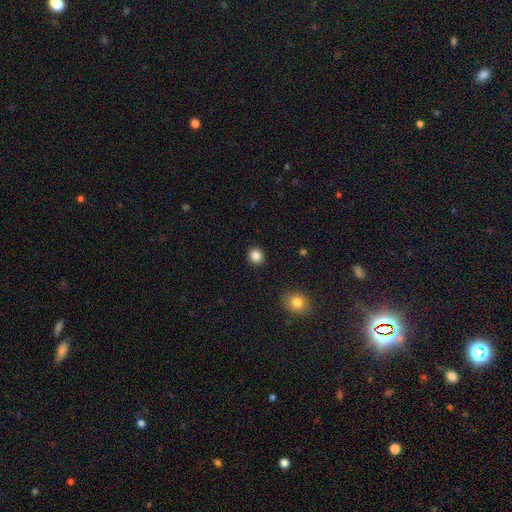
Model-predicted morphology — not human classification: Q: Smooth or featured?
A: smooth (86%); runner-up: star or artifact (10%)
Q: How rounded?
A: round (81%); runner-up: in between (18%)
Q: Merging?
A: none (92%); runner-up: minor disturbance (5%)